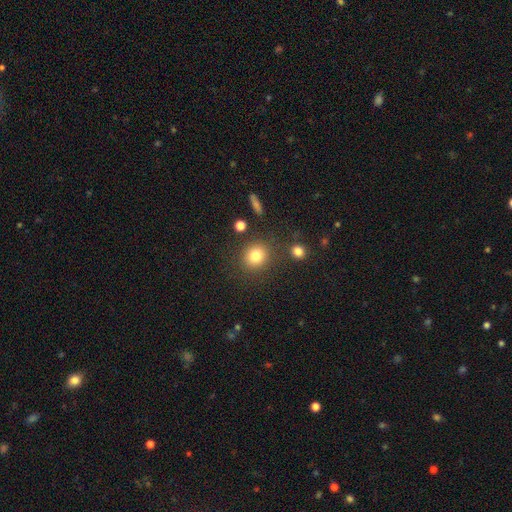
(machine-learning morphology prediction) Smooth or featured? Predicted: smooth (p=0.81). How rounded? Predicted: round (p=0.80). Merging? Predicted: none (p=0.82).